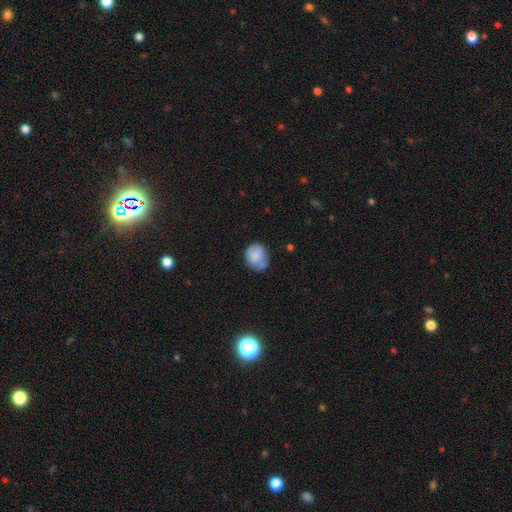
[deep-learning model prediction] smooth-or-featured: smooth: 73% | featured or disk: 19% | star or artifact: 8%
  how-rounded: round: 61% | in between: 38% | cigar-shaped: 1%
  merging: none: 53% | minor disturbance: 33% | major disturbance: 9% | merger: 6%